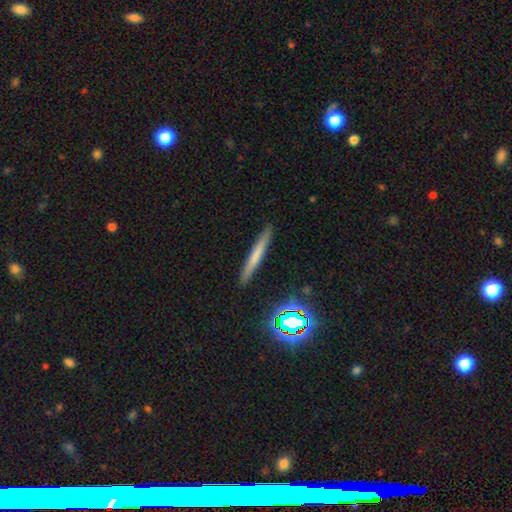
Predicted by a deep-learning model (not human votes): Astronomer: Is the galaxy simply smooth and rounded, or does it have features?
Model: smooth — 57%.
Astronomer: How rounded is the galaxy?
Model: cigar-shaped — 95%.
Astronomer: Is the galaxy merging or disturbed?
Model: none — 90%.